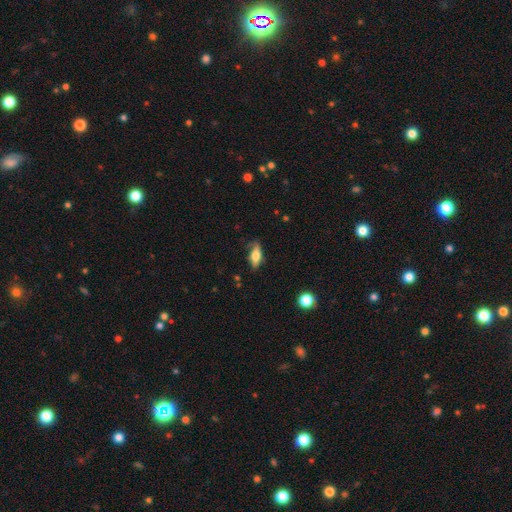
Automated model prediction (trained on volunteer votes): Q: Smooth or featured?
A: smooth (56%); runner-up: featured or disk (36%)
Q: How rounded?
A: in between (69%); runner-up: cigar-shaped (27%)
Q: Merging?
A: none (72%); runner-up: minor disturbance (21%)